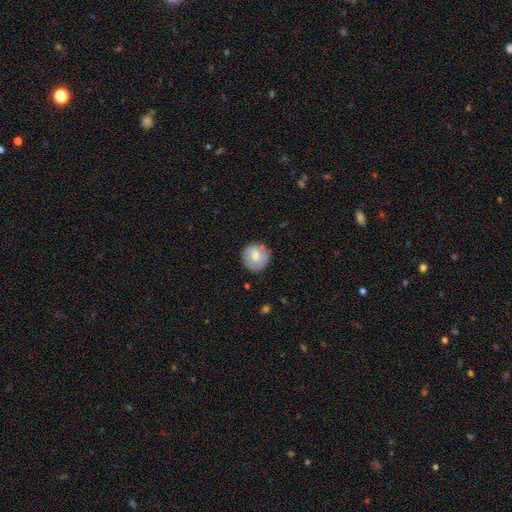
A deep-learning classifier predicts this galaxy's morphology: Smooth or featured? smooth (74%)
How rounded? round (89%)
Merging? none (75%)